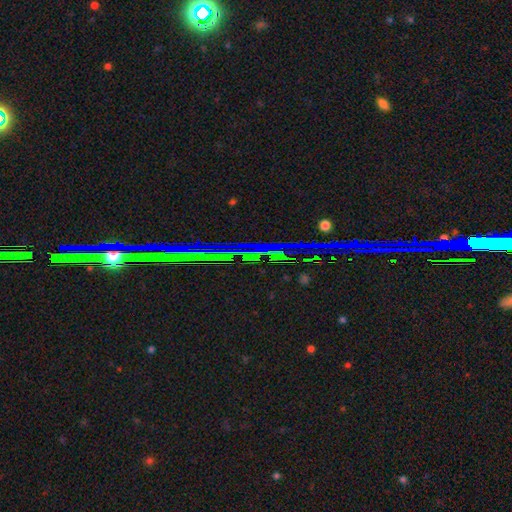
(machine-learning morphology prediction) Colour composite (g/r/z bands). It shows a star or artifact, not a galaxy (84%).